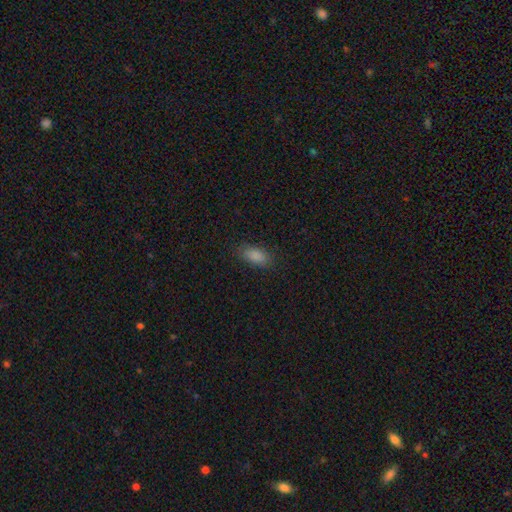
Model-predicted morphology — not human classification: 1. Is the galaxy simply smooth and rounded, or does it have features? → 87% smooth, 8% star or artifact, 4% featured or disk.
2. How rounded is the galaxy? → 89% in between, 8% cigar-shaped, 3% round.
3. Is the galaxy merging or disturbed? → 85% none, 11% minor disturbance, 3% major disturbance, 1% merger.